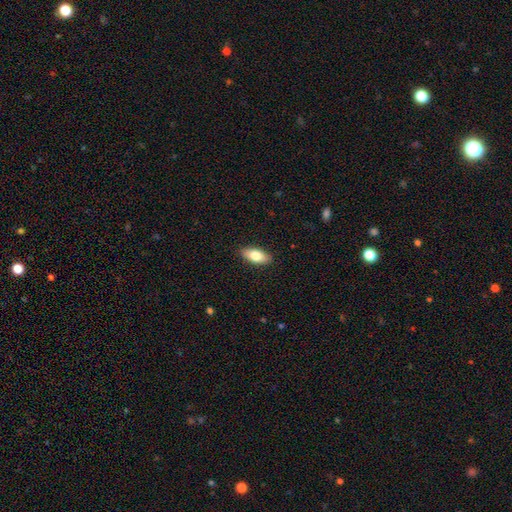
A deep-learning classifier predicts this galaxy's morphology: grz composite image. It shows a smooth galaxy with no disk features (79%) that is in between round and cigar-shaped (88%). Merging: none (89%).